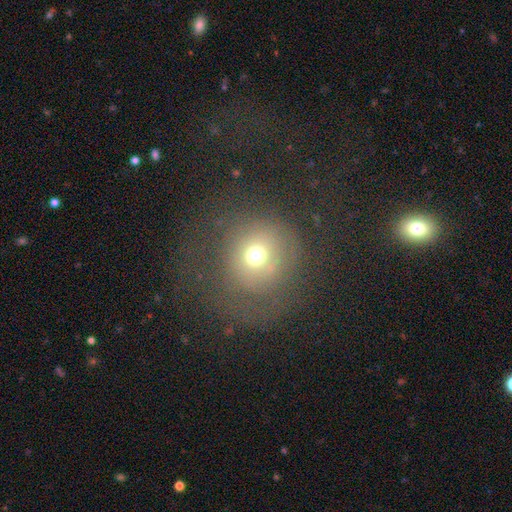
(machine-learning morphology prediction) smooth 63%, featured or disk 19%, star or artifact 18%. Down the decision tree: how rounded — round (88%); merging — none (63%).